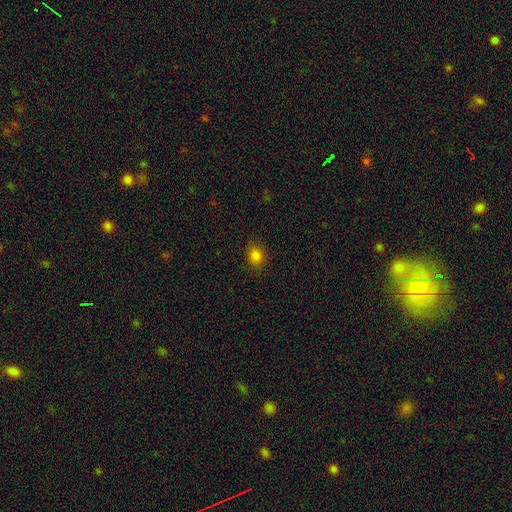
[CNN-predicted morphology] A smooth galaxy with no disk features (82%) that is round (54%). Merging: none (86%).